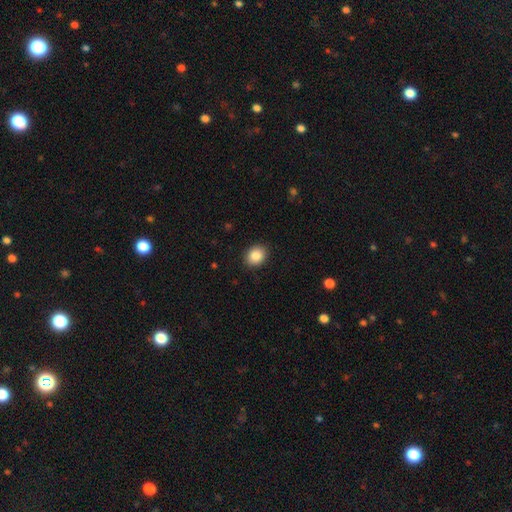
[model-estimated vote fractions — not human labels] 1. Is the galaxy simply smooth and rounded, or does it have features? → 86% smooth, 9% star or artifact, 5% featured or disk.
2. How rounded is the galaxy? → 57% round, 42% in between, 1% cigar-shaped.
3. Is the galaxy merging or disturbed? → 90% none, 7% minor disturbance, 2% major disturbance, 1% merger.